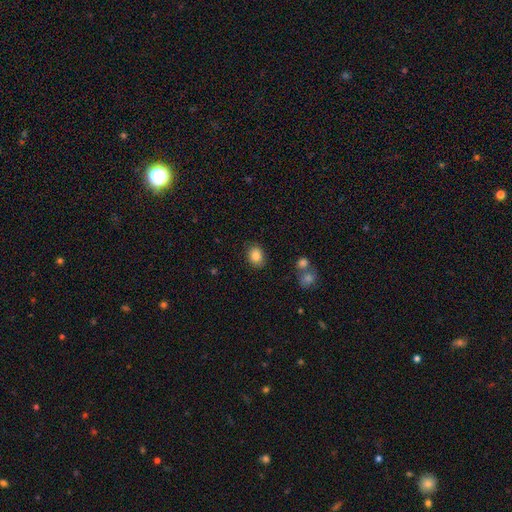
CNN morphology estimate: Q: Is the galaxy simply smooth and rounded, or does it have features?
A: smooth — 85%.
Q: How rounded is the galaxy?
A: in between — 59%.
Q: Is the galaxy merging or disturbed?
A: none — 84%.